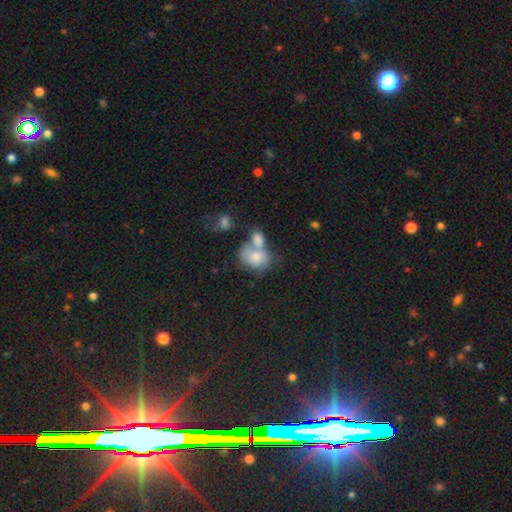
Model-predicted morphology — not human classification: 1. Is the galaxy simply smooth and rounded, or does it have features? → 71% smooth, 21% featured or disk, 8% star or artifact.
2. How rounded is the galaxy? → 66% in between, 33% round, 1% cigar-shaped.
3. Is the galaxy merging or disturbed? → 59% merger, 21% none, 12% minor disturbance, 9% major disturbance.